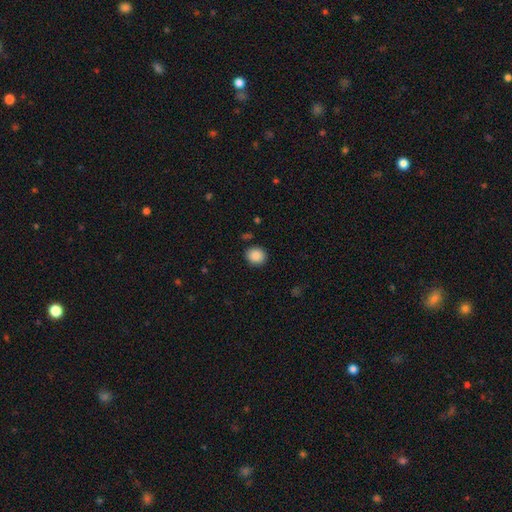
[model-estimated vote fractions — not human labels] This is clearly a smooth galaxy (88%). How rounded: likely round (78%). Merging: clearly none (89%).